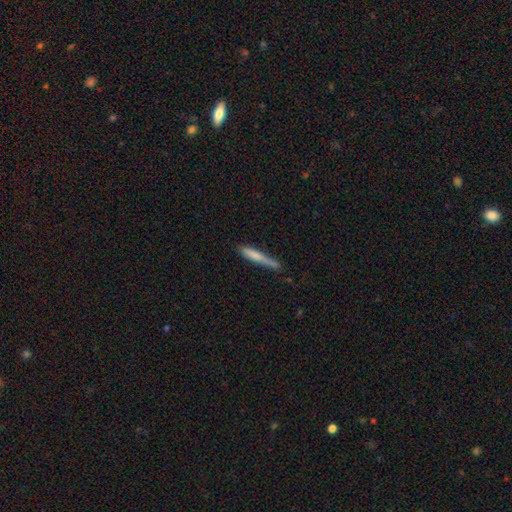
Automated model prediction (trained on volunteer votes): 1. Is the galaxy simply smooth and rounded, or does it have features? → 71% smooth, 23% featured or disk, 6% star or artifact.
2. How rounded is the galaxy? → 94% cigar-shaped, 5% in between, 1% round.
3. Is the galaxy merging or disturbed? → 65% none, 25% minor disturbance, 6% major disturbance, 4% merger.